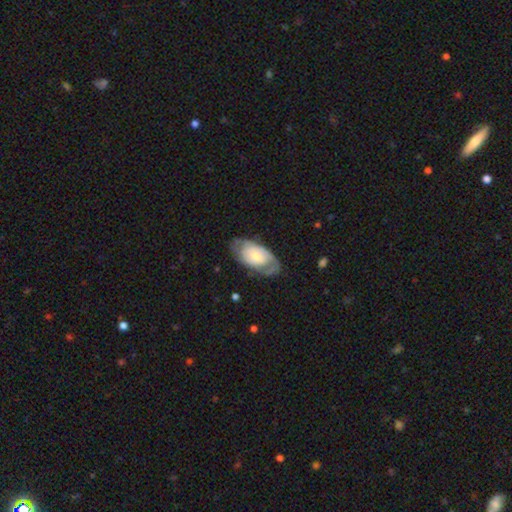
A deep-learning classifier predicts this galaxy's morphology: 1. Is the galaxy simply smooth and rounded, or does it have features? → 67% featured or disk, 28% smooth, 5% star or artifact.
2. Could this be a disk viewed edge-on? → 94% no, 6% yes.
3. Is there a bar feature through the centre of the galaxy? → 73% no, 23% weak, 4% strong.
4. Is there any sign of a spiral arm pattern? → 81% yes, 19% no.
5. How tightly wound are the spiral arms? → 54% tight, 33% medium, 13% loose.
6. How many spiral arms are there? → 52% 2, 32% can't tell, 8% 1, 5% 3, 2% 4, 2% more than 4.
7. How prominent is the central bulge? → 46% small, 44% moderate, 6% large, 2% none, 1% dominant.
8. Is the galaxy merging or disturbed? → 64% none, 23% minor disturbance, 12% major disturbance, 1% merger.